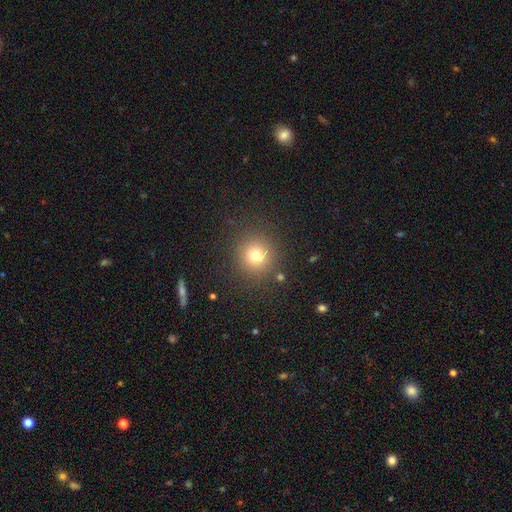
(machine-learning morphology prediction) This appears to be a smooth galaxy with no disk features (76%) that is round (93%). Merging: none (87%).